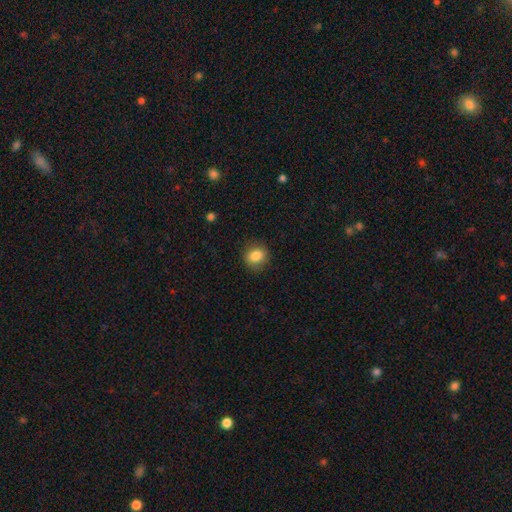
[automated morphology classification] smooth-or-featured: smooth: 83% | star or artifact: 9% | featured or disk: 8%
  how-rounded: round: 75% | in between: 24% | cigar-shaped: 1%
  merging: none: 86% | minor disturbance: 10% | major disturbance: 3% | merger: 1%